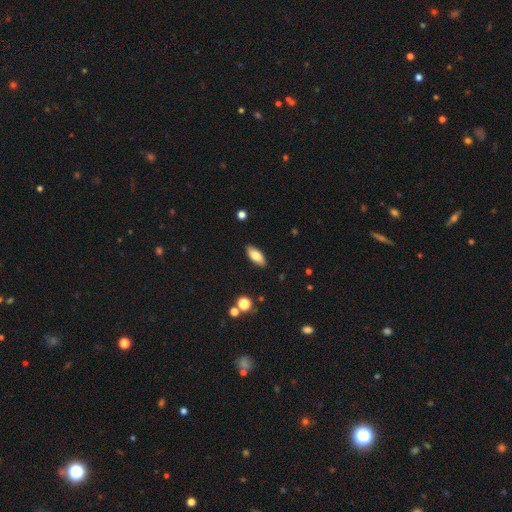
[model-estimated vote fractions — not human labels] smooth 79%, featured or disk 14%, star or artifact 7%. Down the decision tree: how rounded — in between (84%); merging — none (88%).